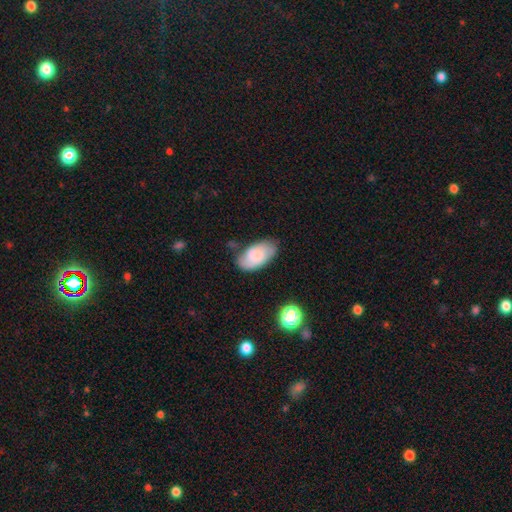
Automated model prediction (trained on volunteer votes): Smooth or featured?
  - smooth: 59% *
  - featured or disk: 32%
  - star or artifact: 8%
How rounded?
  - in between: 95% *
  - round: 4%
  - cigar-shaped: 2%
Merging?
  - none: 66% *
  - minor disturbance: 24%
  - major disturbance: 7%
  - merger: 4%